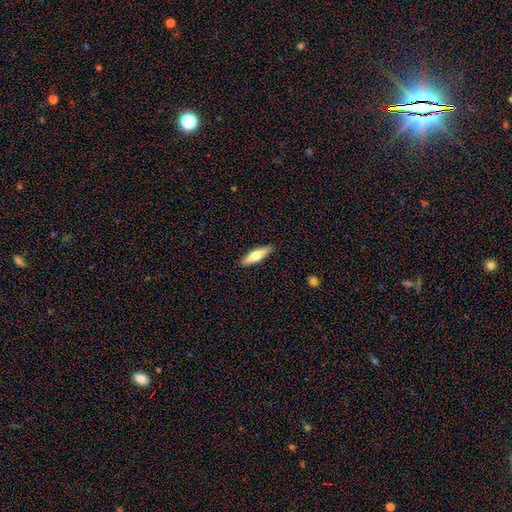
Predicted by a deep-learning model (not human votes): Smooth or featured?
  - smooth: 66% *
  - featured or disk: 29%
  - star or artifact: 6%
How rounded?
  - cigar-shaped: 63% *
  - in between: 35%
  - round: 2%
Merging?
  - none: 90% *
  - minor disturbance: 8%
  - major disturbance: 2%
  - merger: 1%